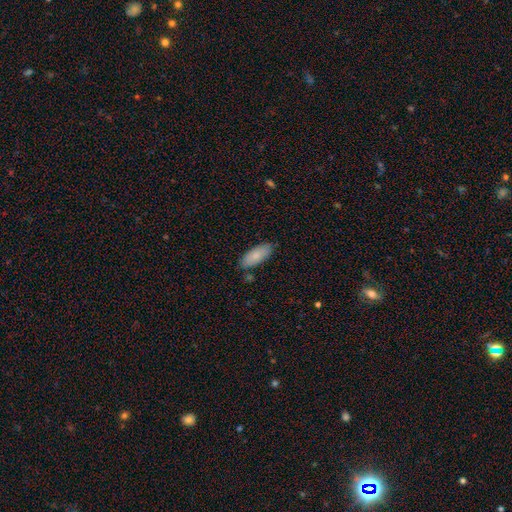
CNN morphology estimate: Q: Smooth or featured?
A: smooth (83%); runner-up: featured or disk (11%)
Q: How rounded?
A: in between (79%); runner-up: cigar-shaped (19%)
Q: Merging?
A: none (79%); runner-up: minor disturbance (15%)